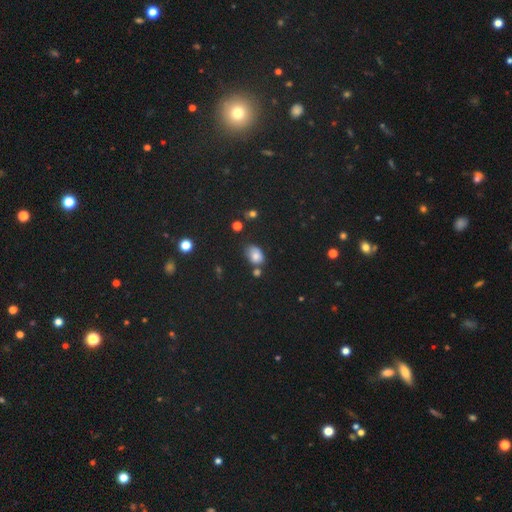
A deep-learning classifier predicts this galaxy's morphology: This appears to be a smooth galaxy with no disk features (72%) that is in between round and cigar-shaped (77%). Merging: none (61%).